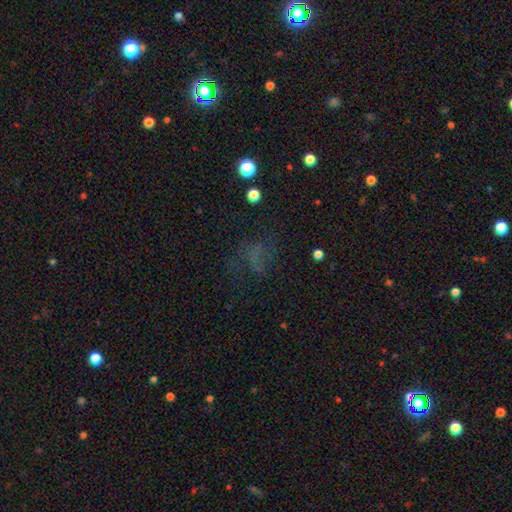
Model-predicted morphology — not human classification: The model was most divided on "smooth or featured": smooth: 40%, star or artifact: 34%, featured or disk: 26%. More confident: merging — none (51%).